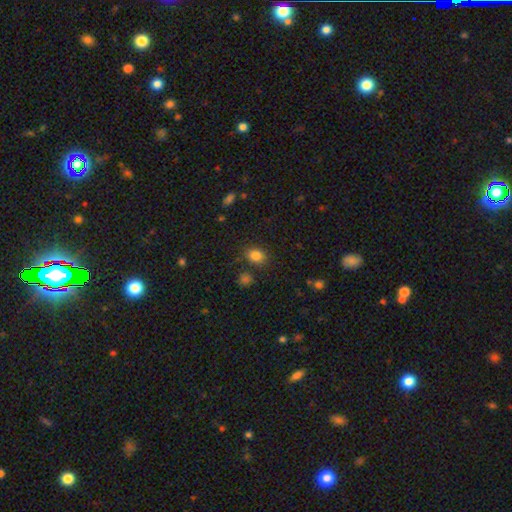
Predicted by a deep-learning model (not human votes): Smooth or featured? smooth (83%)
How rounded? in between (53%)
Merging? none (83%)